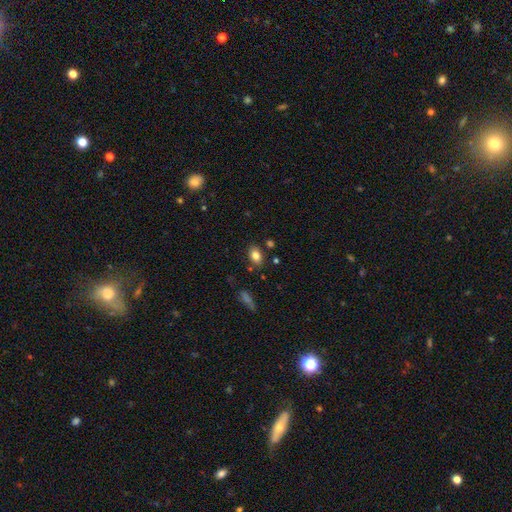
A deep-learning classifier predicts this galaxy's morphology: Smooth or featured? smooth (81%)
How rounded? in between (82%)
Merging? none (83%)